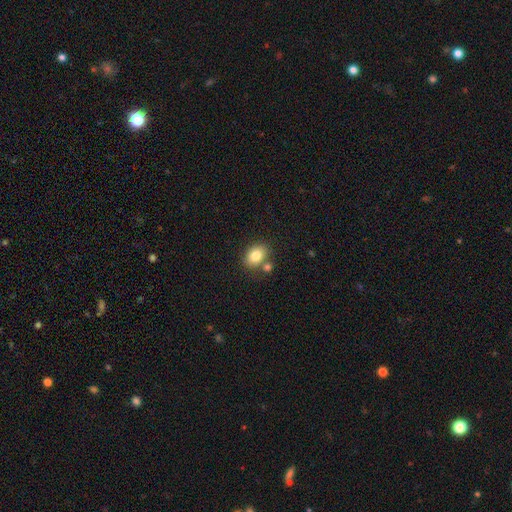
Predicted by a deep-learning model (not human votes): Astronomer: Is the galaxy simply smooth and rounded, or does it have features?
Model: smooth — 82%.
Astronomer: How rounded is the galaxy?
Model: in between — 65%.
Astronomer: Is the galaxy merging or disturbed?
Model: none — 69%.